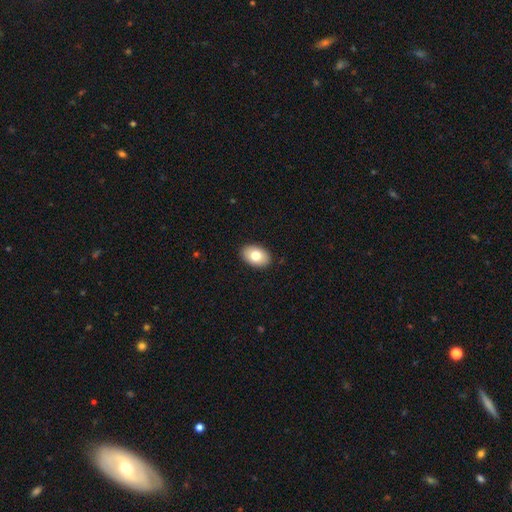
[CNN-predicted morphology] Overall: smooth (78%). How rounded: in between (88%). Merging: none (90%).